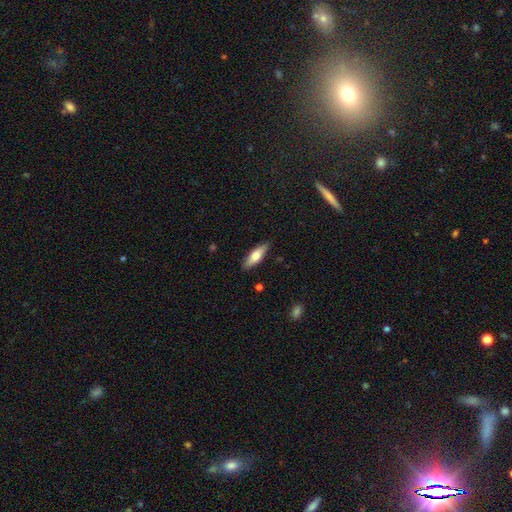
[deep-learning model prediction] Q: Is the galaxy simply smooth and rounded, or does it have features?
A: smooth — 68%.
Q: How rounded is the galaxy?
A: in between — 52%.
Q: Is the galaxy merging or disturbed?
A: none — 86%.